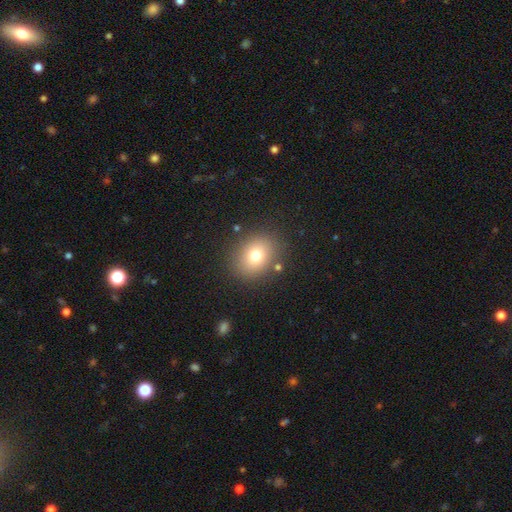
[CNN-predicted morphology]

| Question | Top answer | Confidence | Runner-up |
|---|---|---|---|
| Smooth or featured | smooth | 75% | star or artifact (13%) |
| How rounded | round | 59% | in between (40%) |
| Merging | none | 84% | minor disturbance (9%) |